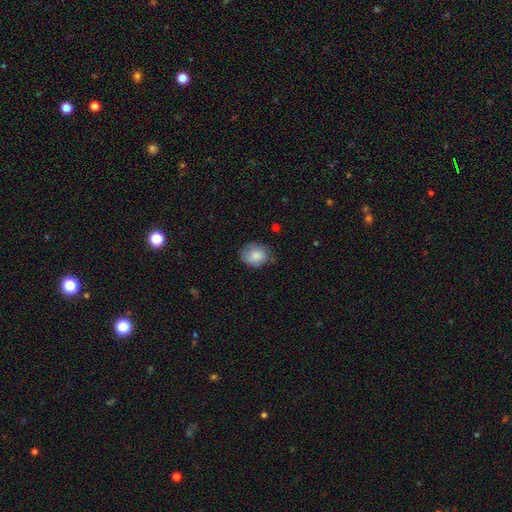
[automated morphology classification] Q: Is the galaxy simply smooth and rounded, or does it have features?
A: smooth — 84%.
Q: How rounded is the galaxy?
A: round — 58%.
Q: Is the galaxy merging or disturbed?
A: none — 70%.